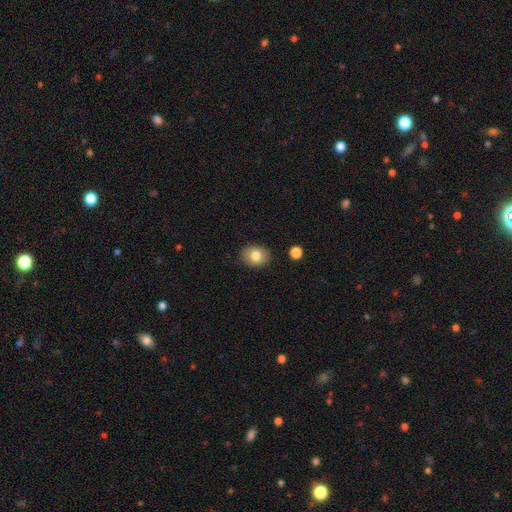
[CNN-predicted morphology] Overall: smooth (81%). How rounded: round (55%; in between 44%). Merging: none (87%).